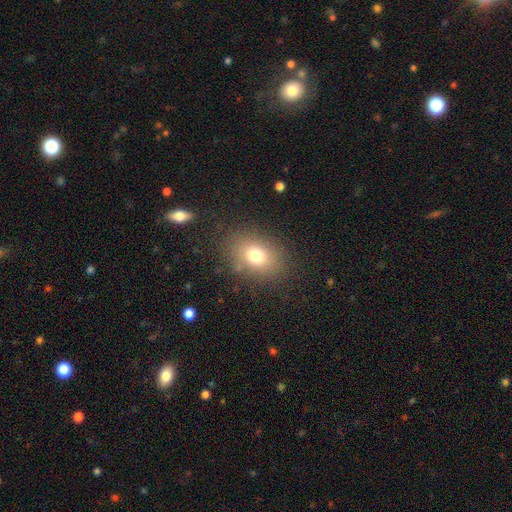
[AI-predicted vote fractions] smooth_or_featured: smooth (p=0.75) [alt: star or artifact p=0.13]
how_rounded: in between (p=0.68) [alt: round p=0.31]
merging: none (p=0.83) [alt: minor disturbance p=0.10]